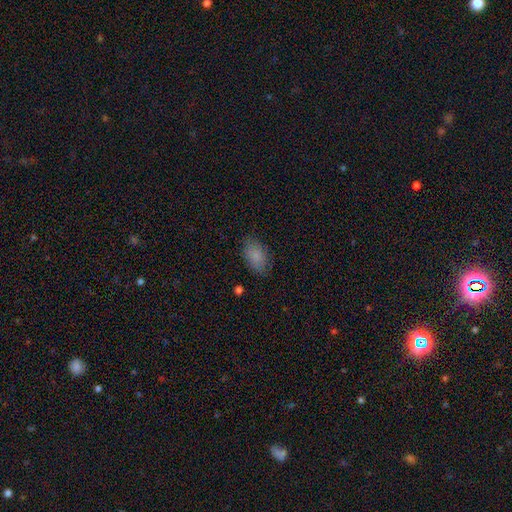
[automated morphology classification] Smooth or featured? smooth (85%)
How rounded? in between (92%)
Merging? none (81%)